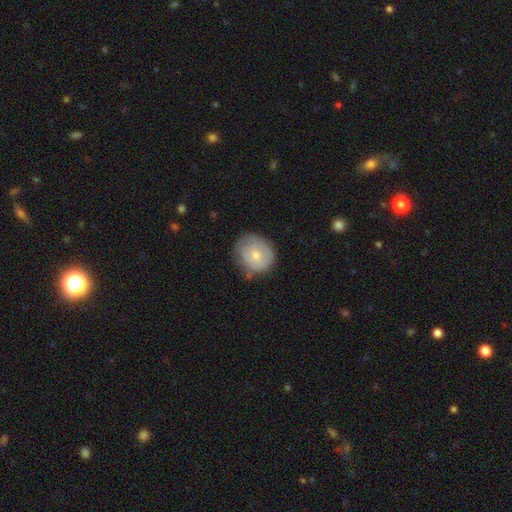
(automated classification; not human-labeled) smooth 61%, featured or disk 33%, star or artifact 6%. Down the decision tree: how rounded — round (75%); merging — none (63%).